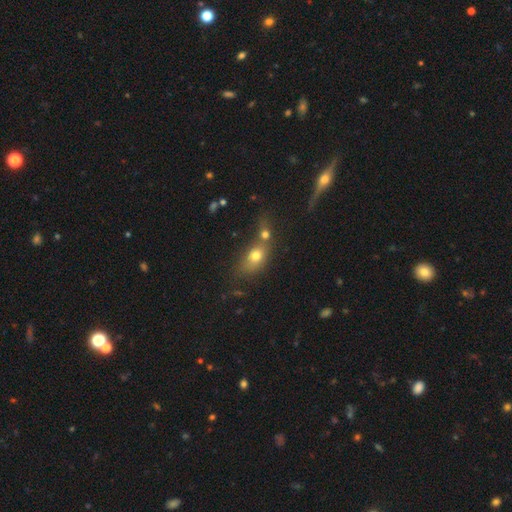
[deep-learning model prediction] smooth_or_featured: smooth (p=0.72) [alt: featured or disk p=0.15]
how_rounded: in between (p=0.64) [alt: round p=0.29]
merging: merger (p=0.46) [alt: none p=0.36]